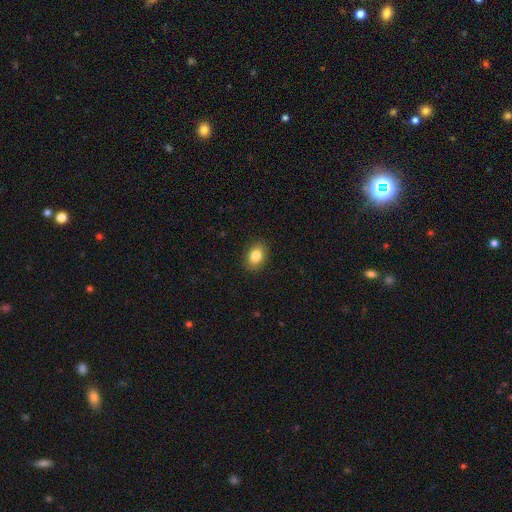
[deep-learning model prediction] Q: Smooth or featured?
A: smooth (83%); runner-up: star or artifact (9%)
Q: How rounded?
A: in between (69%); runner-up: round (30%)
Q: Merging?
A: none (89%); runner-up: minor disturbance (8%)